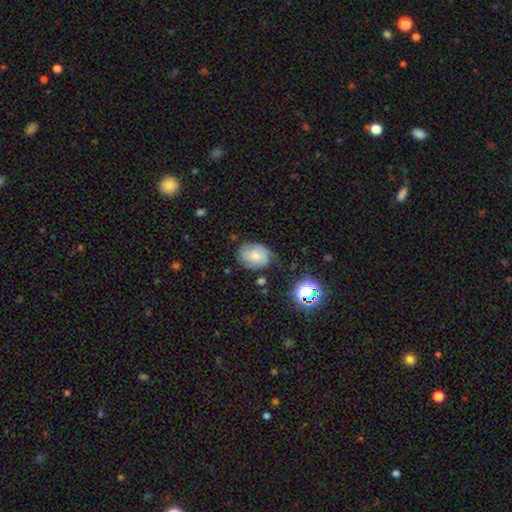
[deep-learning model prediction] Smooth or featured? smooth (52%)
How rounded? in between (59%)
Merging? none (61%)